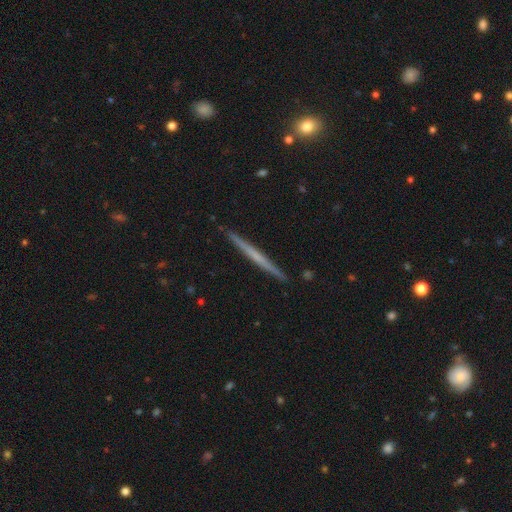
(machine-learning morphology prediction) featured or disk 56%, smooth 38%, star or artifact 6%. Down the decision tree: edge-on disk — yes (98%); edge-on bulge — none (83%); merging — none (91%).